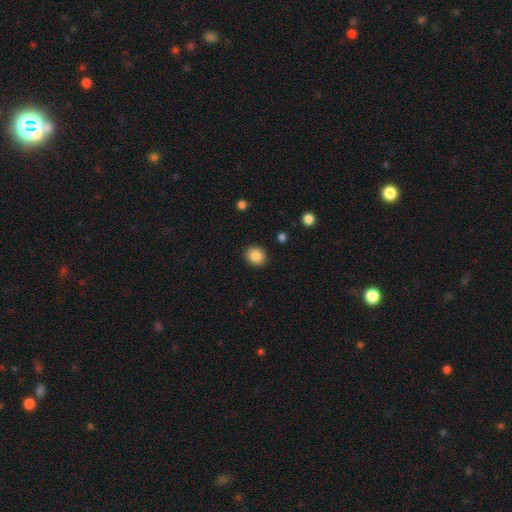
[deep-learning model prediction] Smooth or featured: smooth — 85% (star or artifact — 9%)
How rounded: round — 73% (in between — 26%)
Merging: none — 90% (minor disturbance — 7%)